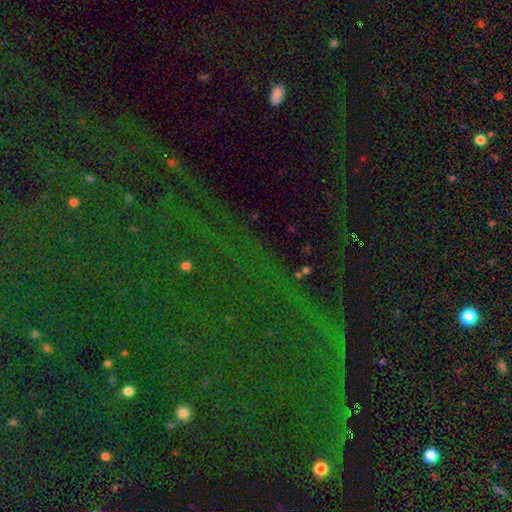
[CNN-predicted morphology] Smooth or featured? Predicted: star or artifact (p=0.83).